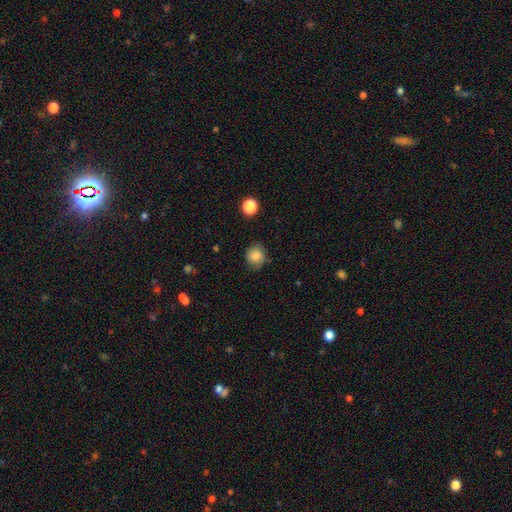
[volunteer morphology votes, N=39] Smooth or featured?
  - smooth: 90% *
  - featured or disk: 5%
  - star or artifact: 5%
How rounded?
  - round: 69% *
  - in between: 31%
  - cigar-shaped: 0%
Merging?
  - none: 70% *
  - minor disturbance: 24%
  - major disturbance: 3%
  - merger: 3%